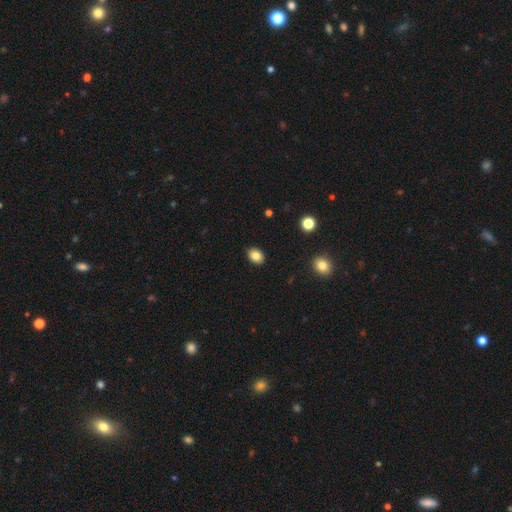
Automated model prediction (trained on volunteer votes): This is clearly a smooth galaxy (85%). How rounded: likely in between (68%). Merging: clearly none (90%).